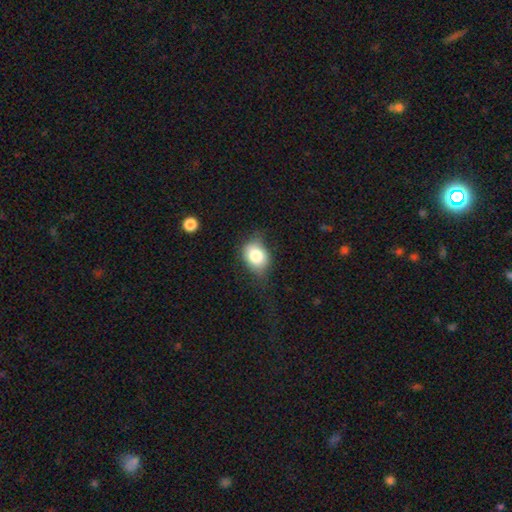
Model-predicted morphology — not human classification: Smooth or featured?
  - smooth: 78% *
  - featured or disk: 13%
  - star or artifact: 9%
How rounded?
  - in between: 60% *
  - round: 39%
  - cigar-shaped: 1%
Merging?
  - none: 55% *
  - minor disturbance: 30%
  - major disturbance: 13%
  - merger: 2%